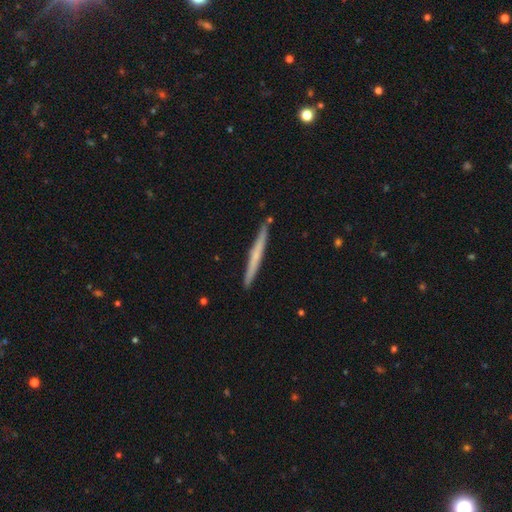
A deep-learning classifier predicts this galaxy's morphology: Smooth or featured: featured or disk — 48% (smooth — 46%)
Merging: none — 89% (minor disturbance — 8%)